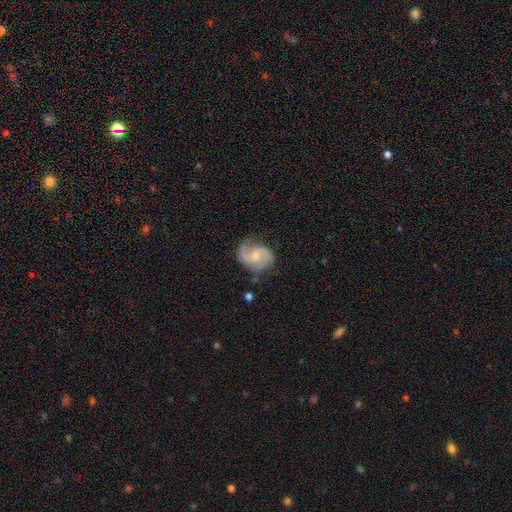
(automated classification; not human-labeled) Q: Smooth or featured?
A: featured or disk (81%); runner-up: smooth (13%)
Q: Edge-on disk?
A: no (98%); runner-up: yes (2%)
Q: Bar?
A: no (52%); runner-up: weak (42%)
Q: Spiral arms?
A: yes (96%); runner-up: no (4%)
Q: Spiral winding?
A: medium (51%); runner-up: loose (31%)
Q: Spiral arm count?
A: 2 (86%); runner-up: 1 (6%)
Q: Bulge size?
A: small (43%); runner-up: moderate (40%)
Q: Merging?
A: none (69%); runner-up: minor disturbance (21%)